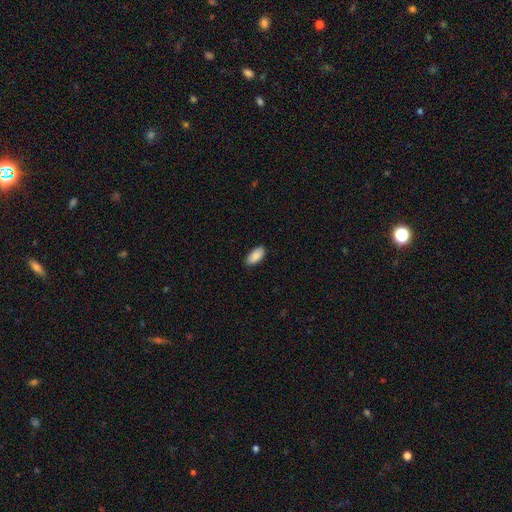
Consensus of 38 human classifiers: smooth-or-featured: smooth: 100% | featured or disk: 0% | star or artifact: 0%
  how-rounded: in between: 89% | cigar-shaped: 8% | round: 3%
  merging: none: 89% | minor disturbance: 8% | major disturbance: 3% | merger: 0%